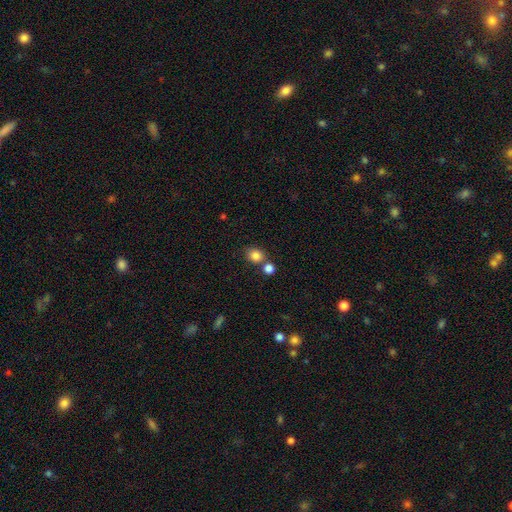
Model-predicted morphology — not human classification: smooth 84%, star or artifact 11%, featured or disk 5%. Down the decision tree: how rounded — round (63%); merging — none (63%).